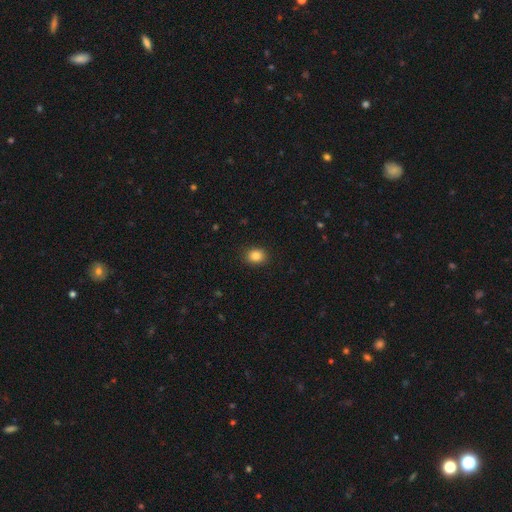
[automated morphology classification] type=smooth (86%); roundness=round (53%); merging=none (88%).